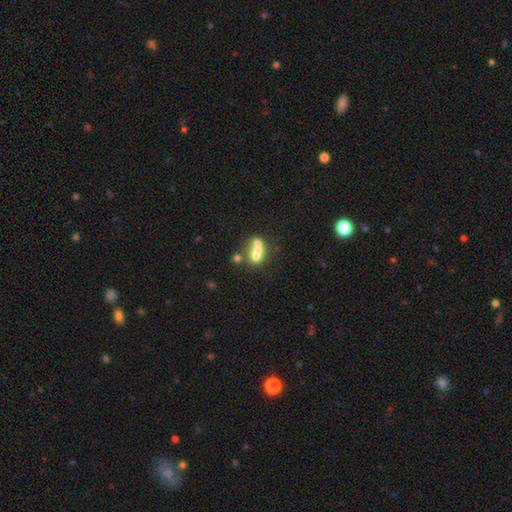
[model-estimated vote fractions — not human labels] Smooth or featured?
  - smooth: 56% *
  - featured or disk: 30%
  - star or artifact: 14%
How rounded?
  - round: 56% *
  - in between: 42%
  - cigar-shaped: 2%
Merging?
  - merger: 62% *
  - none: 26%
  - minor disturbance: 7%
  - major disturbance: 5%